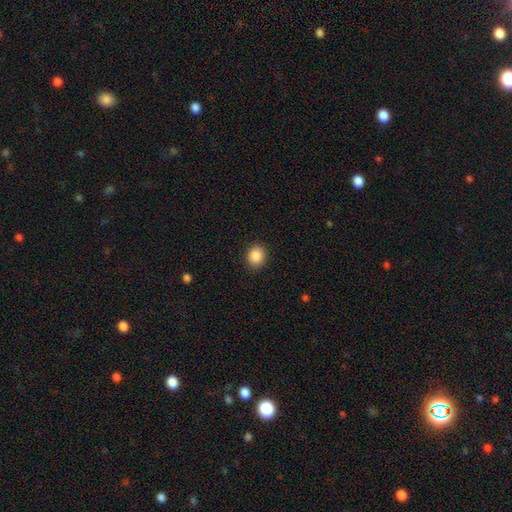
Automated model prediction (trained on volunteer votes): smooth-or-featured: smooth: 88% | star or artifact: 9% | featured or disk: 3%
  how-rounded: round: 73% | in between: 26% | cigar-shaped: 1%
  merging: none: 90% | minor disturbance: 7% | major disturbance: 2% | merger: 1%